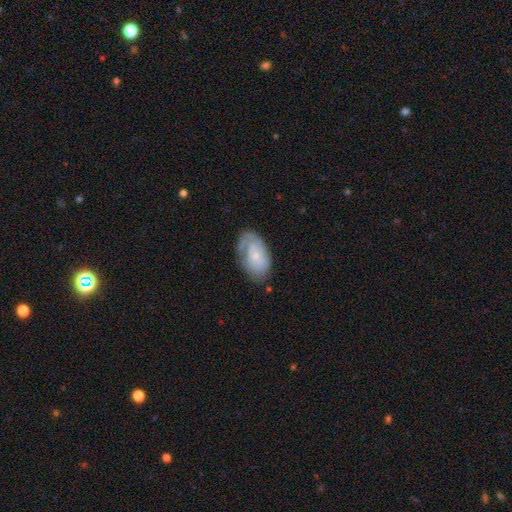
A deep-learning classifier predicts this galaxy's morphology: Q: Smooth or featured?
A: featured or disk (49%); runner-up: smooth (44%)
Q: Merging?
A: none (54%); runner-up: minor disturbance (29%)